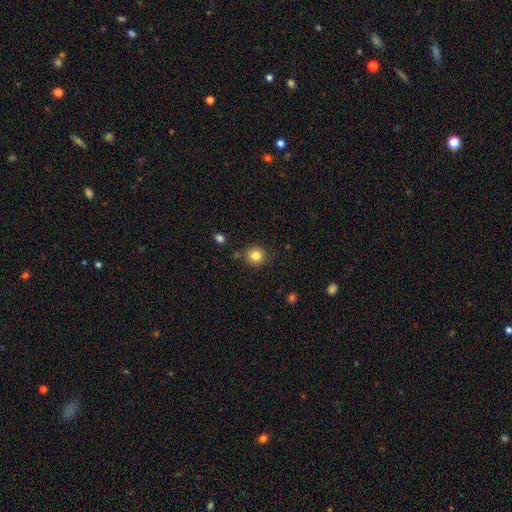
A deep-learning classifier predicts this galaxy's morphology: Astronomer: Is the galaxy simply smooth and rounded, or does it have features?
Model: smooth — 83%.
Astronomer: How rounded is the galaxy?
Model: round — 91%.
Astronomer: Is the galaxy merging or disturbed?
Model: none — 86%.